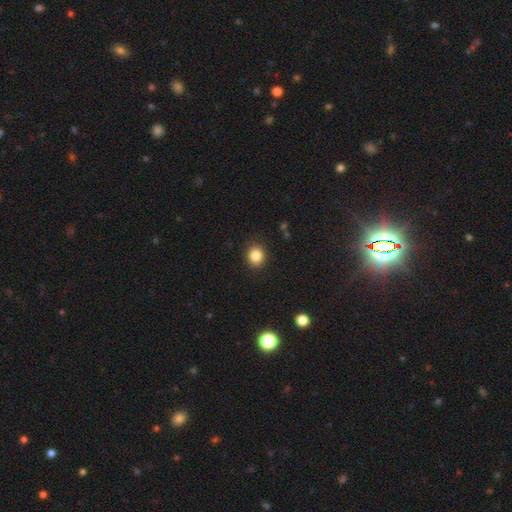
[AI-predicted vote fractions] This is clearly a smooth galaxy (84%). How rounded: likely round (74%). Merging: clearly none (88%).